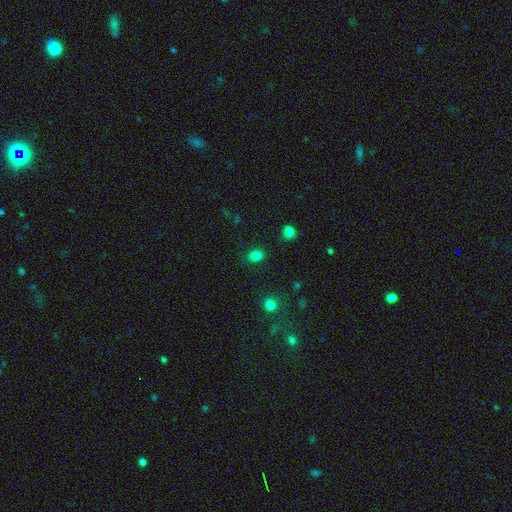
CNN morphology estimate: smooth_or_featured: smooth (p=0.82) [alt: star or artifact p=0.13]
how_rounded: in between (p=0.55) [alt: round p=0.44]
merging: none (p=0.85) [alt: minor disturbance p=0.10]